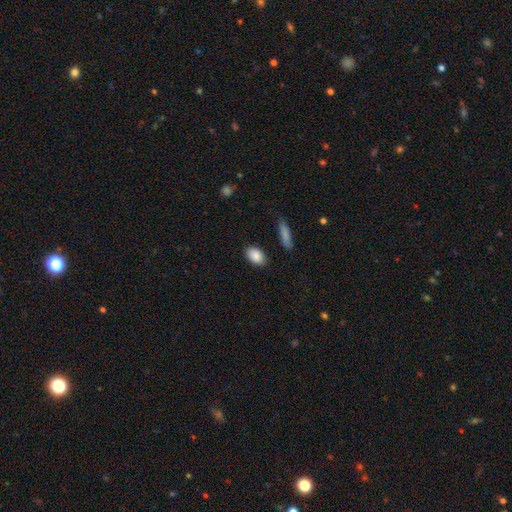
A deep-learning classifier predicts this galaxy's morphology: type=smooth (89%); roundness=in between (89%); merging=none (86%).